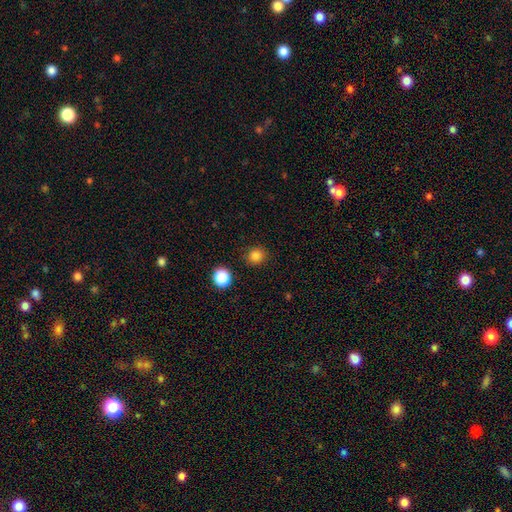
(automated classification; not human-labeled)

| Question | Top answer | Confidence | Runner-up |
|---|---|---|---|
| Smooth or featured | smooth | 83% | star or artifact (13%) |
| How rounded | round | 88% | in between (11%) |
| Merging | none | 90% | minor disturbance (6%) |